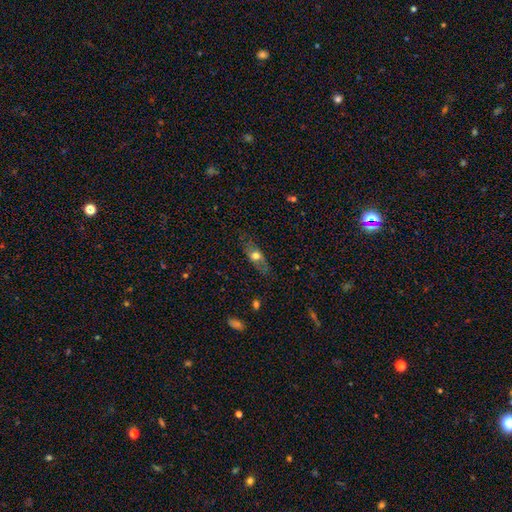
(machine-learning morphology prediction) smooth-or-featured: smooth: 59% | featured or disk: 32% | star or artifact: 9%
  how-rounded: in between: 59% | cigar-shaped: 32% | round: 8%
  merging: none: 76% | minor disturbance: 17% | major disturbance: 5% | merger: 2%